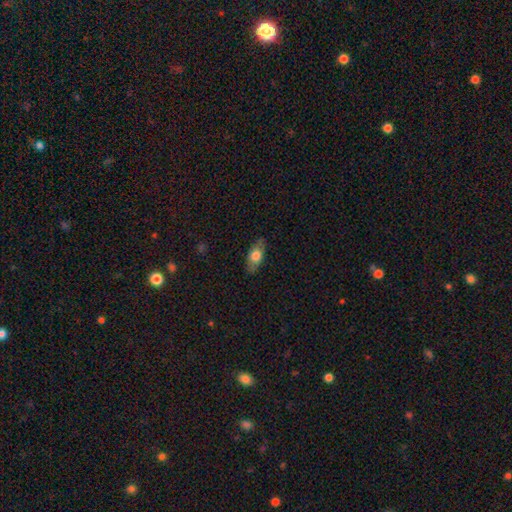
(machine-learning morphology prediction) smooth 67%, featured or disk 27%, star or artifact 6%. Down the decision tree: how rounded — in between (83%); merging — none (83%).